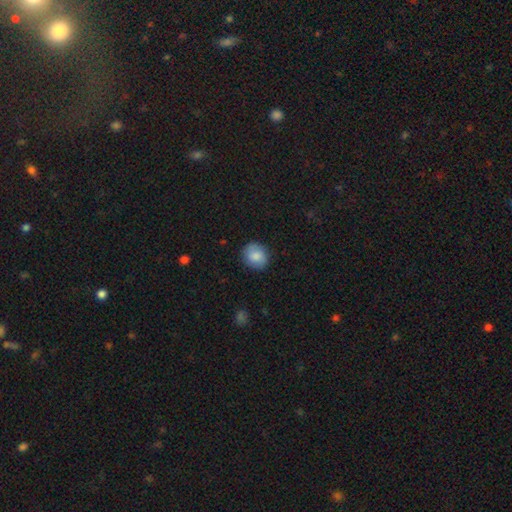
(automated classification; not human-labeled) A smooth galaxy with no disk features (82%) that is round (77%). Merging: none (84%).